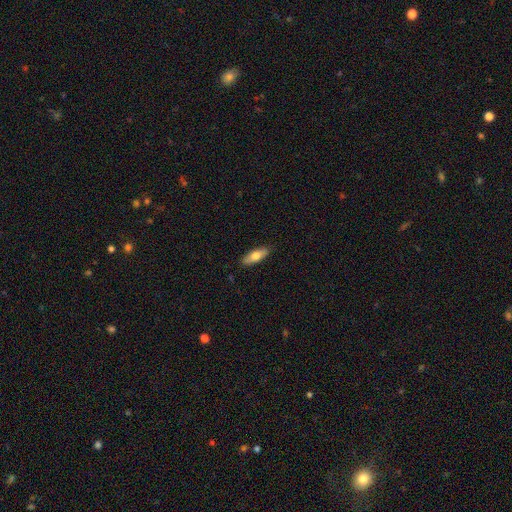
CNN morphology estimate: Q: Smooth or featured?
A: smooth (70%); runner-up: featured or disk (25%)
Q: How rounded?
A: in between (61%); runner-up: cigar-shaped (37%)
Q: Merging?
A: none (88%); runner-up: minor disturbance (9%)